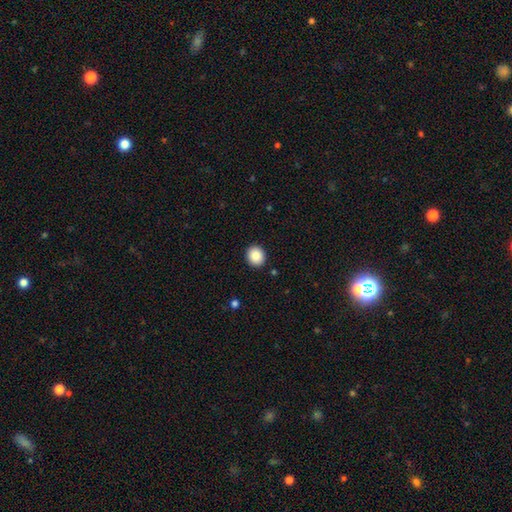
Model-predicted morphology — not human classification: Q: Smooth or featured?
A: smooth (88%); runner-up: star or artifact (8%)
Q: How rounded?
A: round (81%); runner-up: in between (18%)
Q: Merging?
A: none (91%); runner-up: minor disturbance (6%)